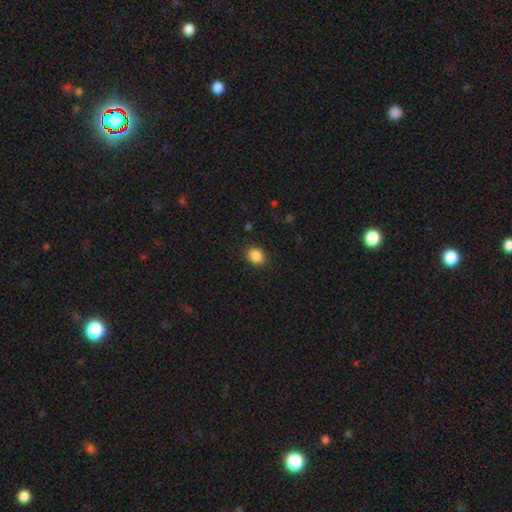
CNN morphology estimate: Smooth or featured? smooth (87%)
How rounded? in between (59%)
Merging? none (87%)